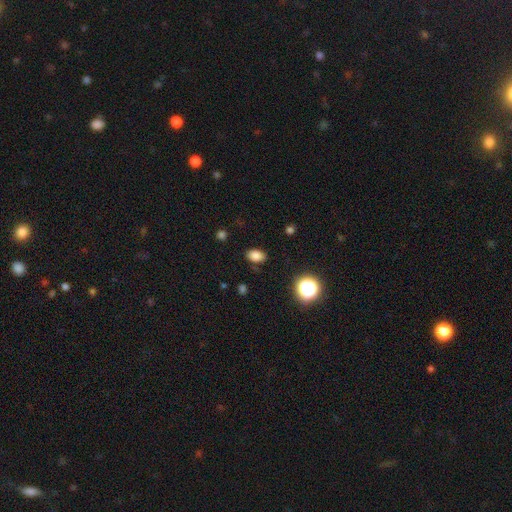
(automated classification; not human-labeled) A smooth galaxy with no disk features (83%) that is in between round and cigar-shaped (85%).

Vote fractions:
- Smooth or featured? smooth: 83% / star or artifact: 12% / featured or disk: 5%
- How rounded? in between: 85% / round: 13% / cigar-shaped: 1%
- Merging? none: 85% / minor disturbance: 11% / major disturbance: 3% / merger: 1%